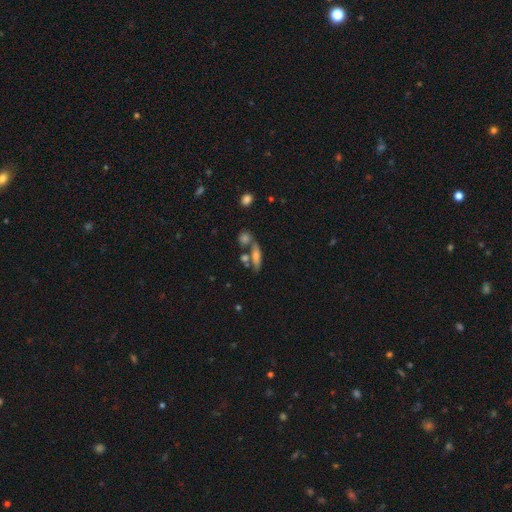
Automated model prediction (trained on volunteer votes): This appears to be a smooth galaxy with no disk features (60%) that is cigar-shaped (54%). Merging: none (54%).